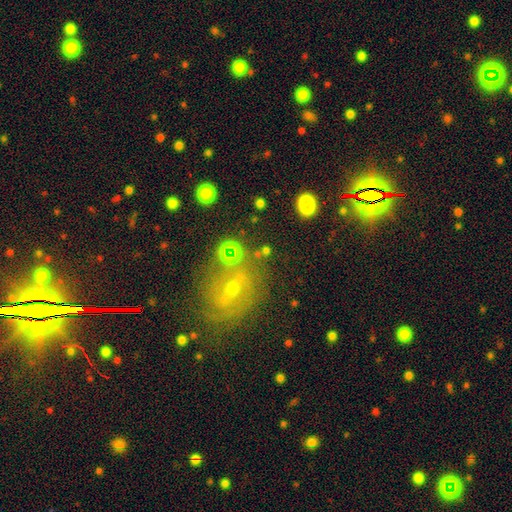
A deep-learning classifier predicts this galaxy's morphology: This is marginally a star or artifact rather than a galaxy (36%).